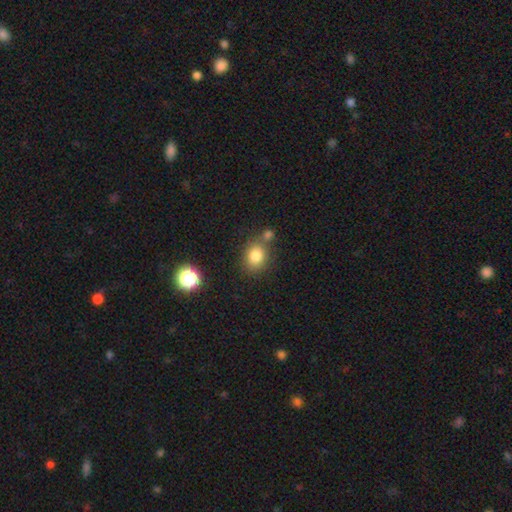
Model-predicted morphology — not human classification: smooth-or-featured: smooth: 82% | star or artifact: 11% | featured or disk: 7%
  how-rounded: round: 56% | in between: 43% | cigar-shaped: 1%
  merging: none: 63% | merger: 19% | minor disturbance: 14% | major disturbance: 4%